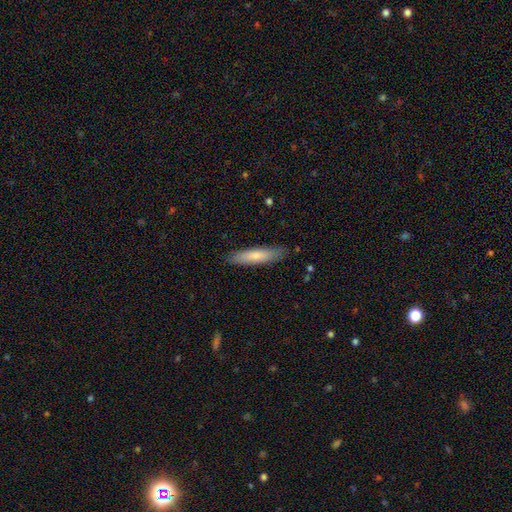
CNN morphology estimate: smooth_or_featured: smooth (p=0.72) [alt: featured or disk p=0.22]
how_rounded: cigar-shaped (p=0.79) [alt: in between p=0.20]
merging: none (p=0.86) [alt: minor disturbance p=0.11]